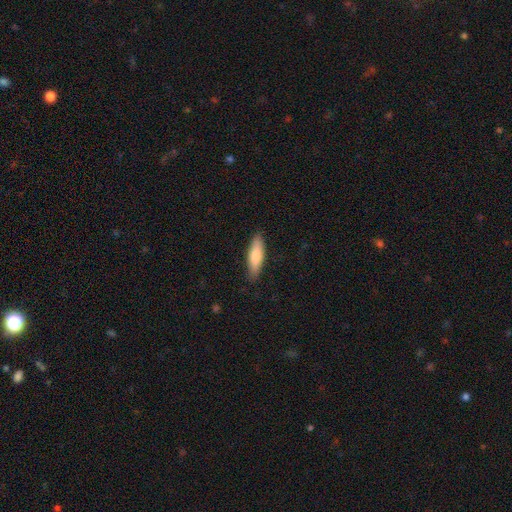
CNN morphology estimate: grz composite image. It shows a smooth galaxy with no disk features (77%) that is cigar-shaped (56%). Merging: none (87%).